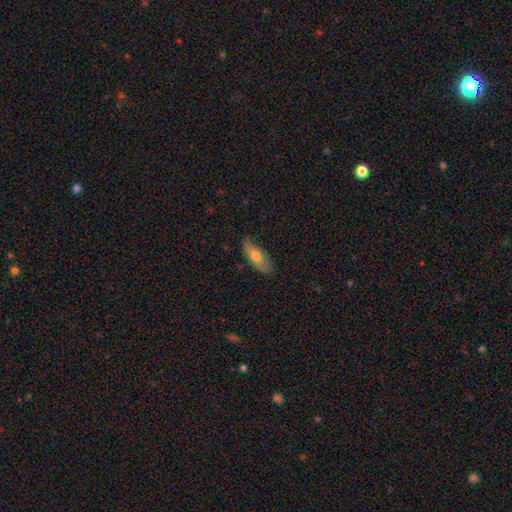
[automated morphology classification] Smooth or featured?
  - smooth: 64% *
  - featured or disk: 30%
  - star or artifact: 6%
How rounded?
  - in between: 78% *
  - cigar-shaped: 19%
  - round: 3%
Merging?
  - none: 78% *
  - minor disturbance: 18%
  - major disturbance: 3%
  - merger: 1%